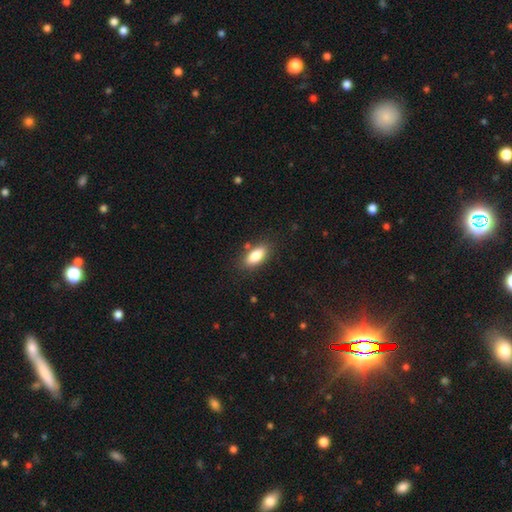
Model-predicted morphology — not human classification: smooth-or-featured: smooth: 84% | featured or disk: 9% | star or artifact: 7%
  how-rounded: in between: 87% | cigar-shaped: 10% | round: 3%
  merging: none: 83% | minor disturbance: 12% | major disturbance: 3% | merger: 3%